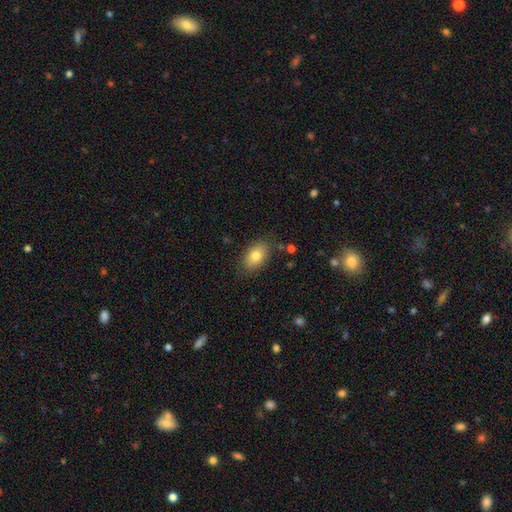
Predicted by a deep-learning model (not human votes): Smooth or featured?
  - smooth: 78% *
  - featured or disk: 14%
  - star or artifact: 8%
How rounded?
  - in between: 88% *
  - round: 10%
  - cigar-shaped: 2%
Merging?
  - none: 83% *
  - minor disturbance: 12%
  - major disturbance: 3%
  - merger: 2%